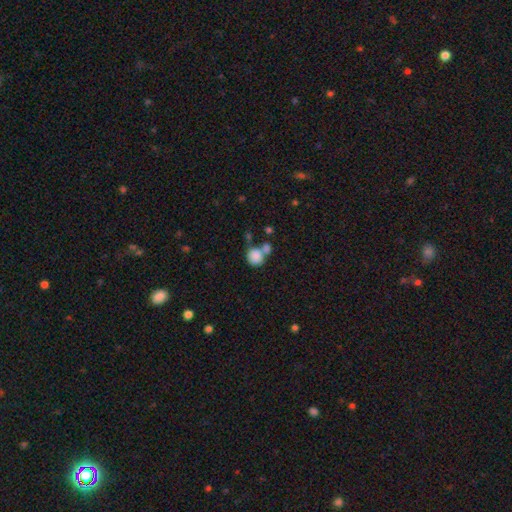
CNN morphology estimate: smooth 84%, star or artifact 9%, featured or disk 7%. Down the decision tree: how rounded — round (80%); merging — none (43%).